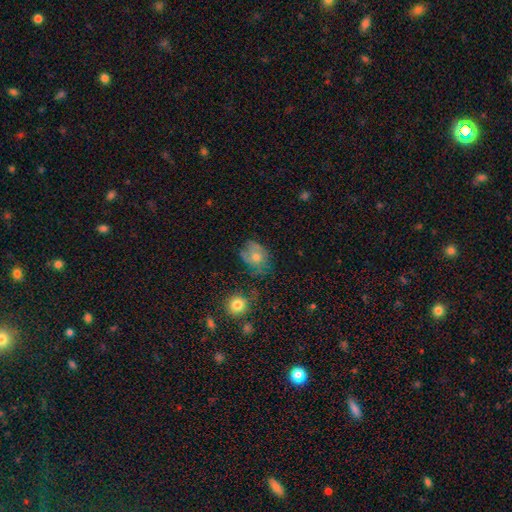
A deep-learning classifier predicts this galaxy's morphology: Smooth or featured: smooth — 51% (featured or disk — 35%)
How rounded: in between — 50% (round — 48%)
Merging: none — 52% (minor disturbance — 29%)